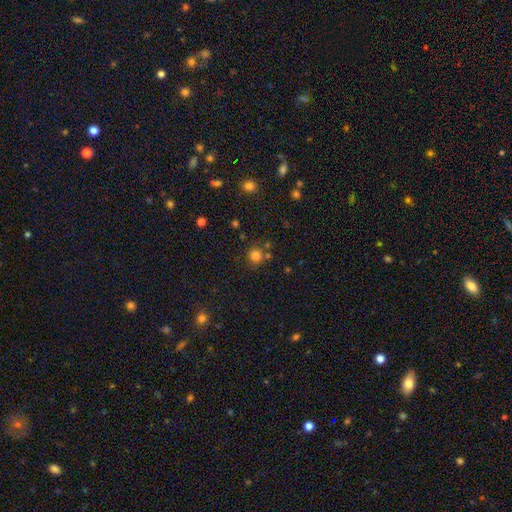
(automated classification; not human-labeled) Smooth or featured?
  - smooth: 79% *
  - star or artifact: 16%
  - featured or disk: 5%
How rounded?
  - round: 90% *
  - in between: 9%
  - cigar-shaped: 1%
Merging?
  - none: 73% *
  - merger: 12%
  - minor disturbance: 11%
  - major disturbance: 4%